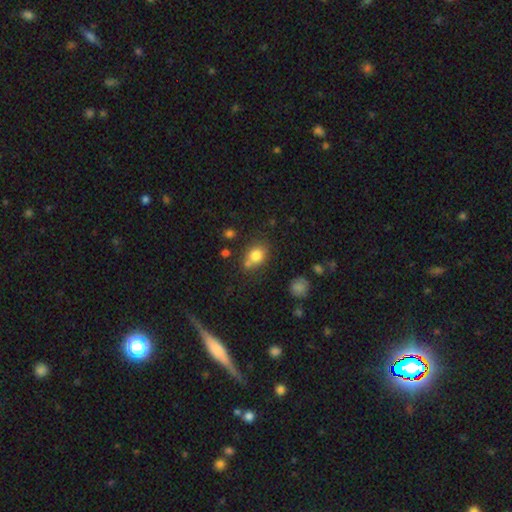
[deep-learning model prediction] The model was most divided on "how rounded": in between: 51%, round: 48%, cigar-shaped: 1%. More confident: smooth or featured — smooth (80%); merging — none (60%).